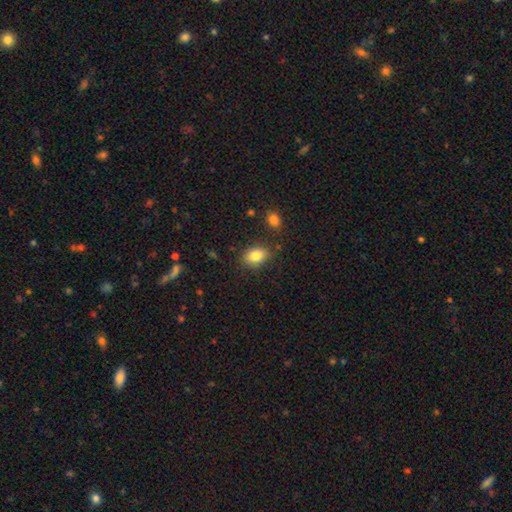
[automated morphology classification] type=smooth (84%); roundness=in between (81%); merging=none (81%).